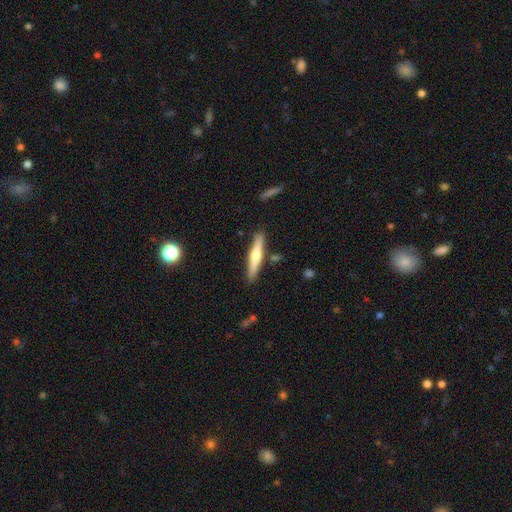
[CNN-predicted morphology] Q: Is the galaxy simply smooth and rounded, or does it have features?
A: featured or disk — 53%.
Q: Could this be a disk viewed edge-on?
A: yes — 96%.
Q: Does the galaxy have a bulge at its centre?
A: rounded — 87%.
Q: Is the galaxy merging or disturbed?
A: none — 87%.